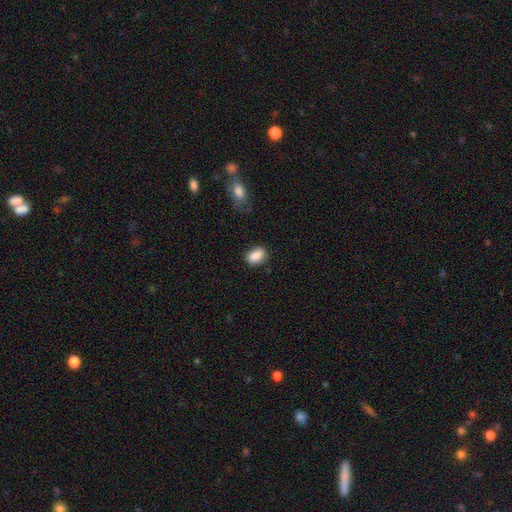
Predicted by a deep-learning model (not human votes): smooth_or_featured: smooth (p=0.89) [alt: star or artifact p=0.08]
how_rounded: in between (p=0.82) [alt: round p=0.16]
merging: none (p=0.80) [alt: minor disturbance p=0.15]